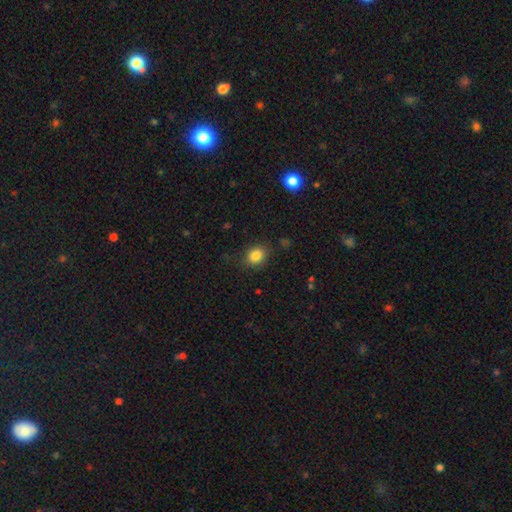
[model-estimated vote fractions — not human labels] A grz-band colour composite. It shows a smooth galaxy with no disk features (84%) that is in between round and cigar-shaped (52%). Merging: none (83%).